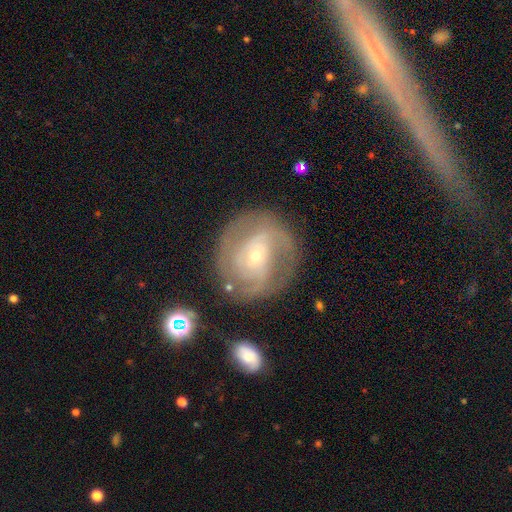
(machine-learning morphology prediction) This appears to be a featured or disk galaxy (83%) with no bar (59%), 2 (37%) tight (51%) spiral arms (94%) and a small central bulge (75%). Merging: none (75%).